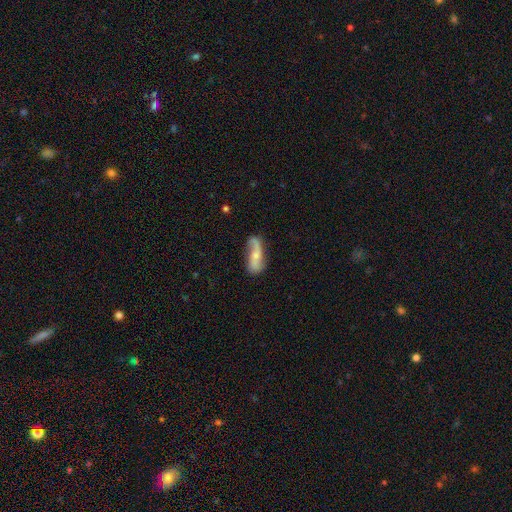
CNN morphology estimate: smooth-or-featured: featured or disk: 65% | smooth: 29% | star or artifact: 6%
  disk-edge-on: no: 89% | yes: 11%
    bar: no: 58% | weak: 29% | strong: 13%
    has-spiral-arms: yes: 90% | no: 10%
      spiral-winding: loose: 78% | medium: 16% | tight: 6%
      spiral-arm-count: 2: 86% | 1: 7% | can't tell: 4% | 3: 1% | 4: 1% | more than 4: 1%
    bulge-size: small: 50% | moderate: 37% | none: 8% | large: 3% | dominant: 1%
  merging: none: 63% | minor disturbance: 24% | major disturbance: 10% | merger: 3%